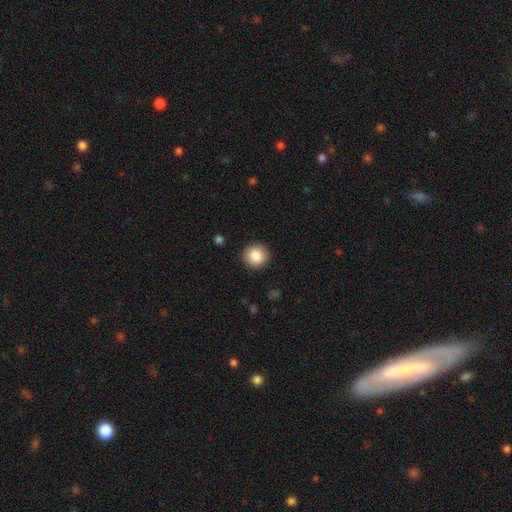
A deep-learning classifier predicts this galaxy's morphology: smooth_or_featured: smooth (p=0.86) [alt: star or artifact p=0.08]
how_rounded: round (p=0.92) [alt: in between p=0.07]
merging: none (p=0.92) [alt: minor disturbance p=0.05]